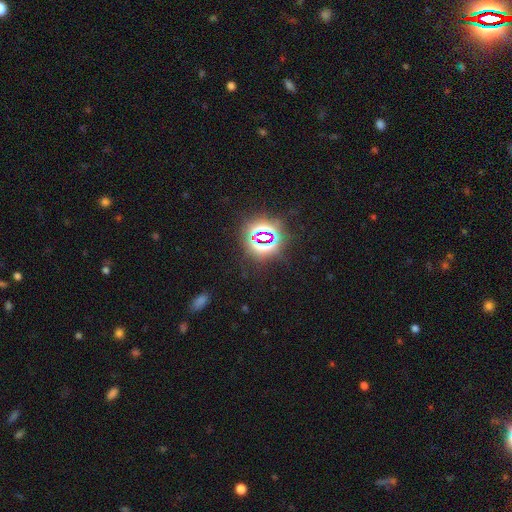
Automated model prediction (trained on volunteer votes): Overall: star or artifact (77%).